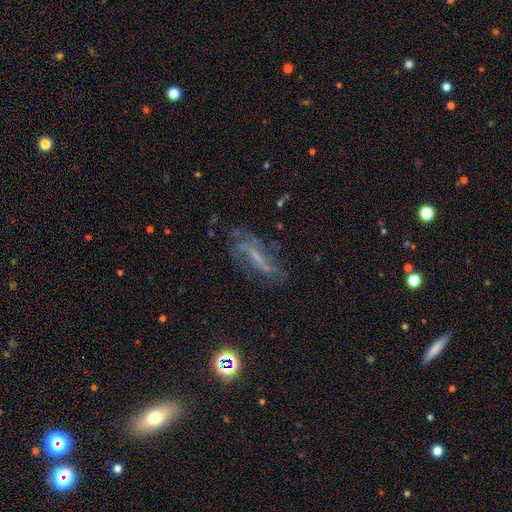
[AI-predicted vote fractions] A featured or disk galaxy (66%) with a weak bar (38%), spiral arms (75%) and no central bulge (43%).

Vote fractions:
- Smooth or featured? featured or disk: 66% / smooth: 20% / star or artifact: 14%
- Edge-on disk? no: 80% / yes: 20%
- Bar? weak: 38% / no: 34% / strong: 28%
- Spiral arms? yes: 75% / no: 25%
- Bulge size? none: 43% / small: 35% / moderate: 18% / large: 3% / dominant: 1%
- Merging? none: 57% / minor disturbance: 21% / major disturbance: 18% / merger: 3%